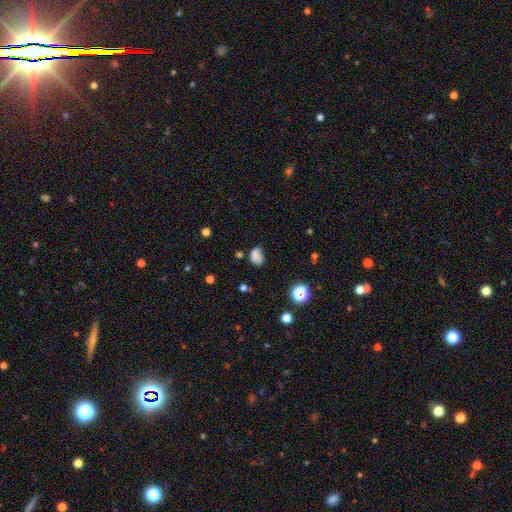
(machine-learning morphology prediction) A smooth galaxy with no disk features (73%) that is in between round and cigar-shaped (73%). Merging: none (47%).